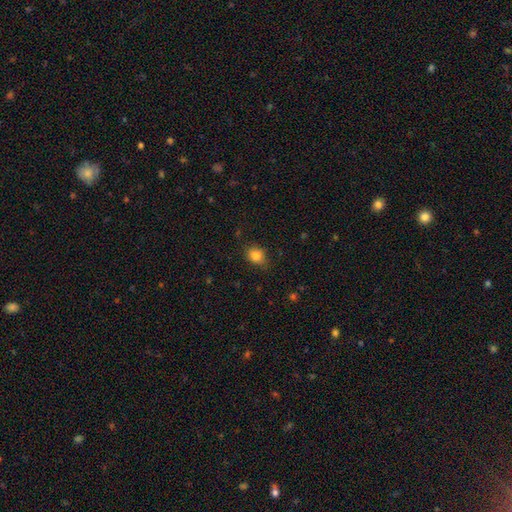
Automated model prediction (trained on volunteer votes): A smooth galaxy with no disk features (84%) that is round (53%). Merging: none (78%).